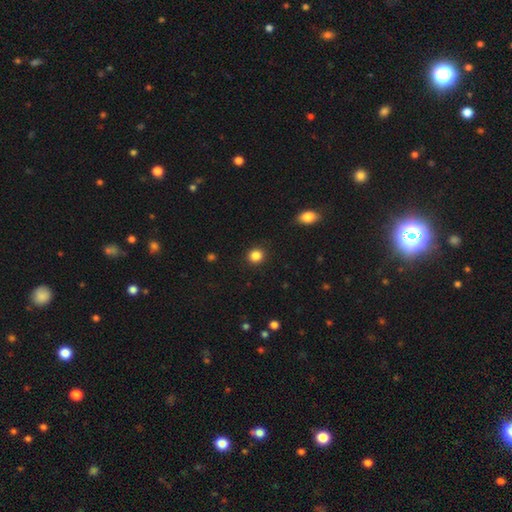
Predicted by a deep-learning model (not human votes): This appears to be a smooth galaxy with no disk features (86%) that is round (89%). Merging: none (91%).